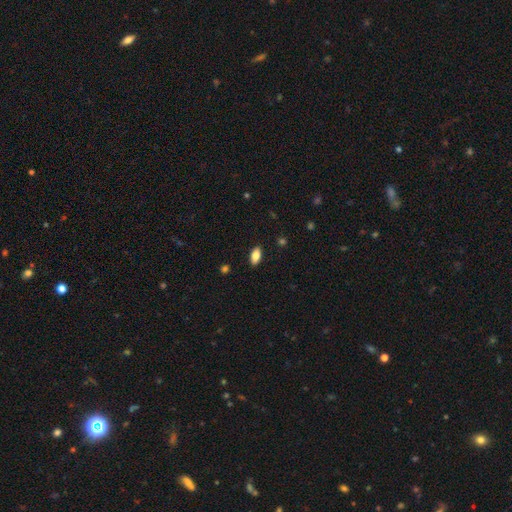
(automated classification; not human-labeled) Q: Smooth or featured?
A: smooth (82%); runner-up: featured or disk (10%)
Q: How rounded?
A: in between (91%); runner-up: cigar-shaped (6%)
Q: Merging?
A: none (88%); runner-up: minor disturbance (9%)